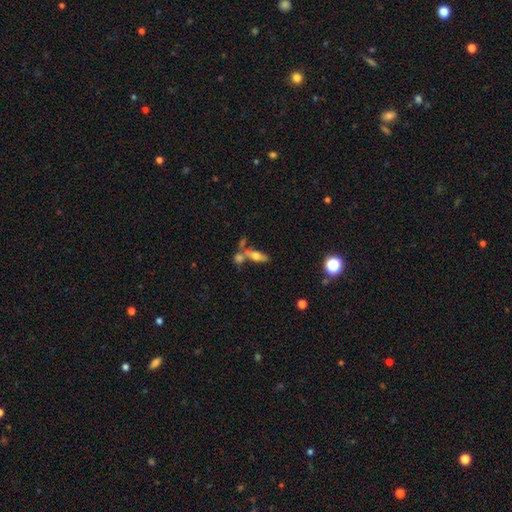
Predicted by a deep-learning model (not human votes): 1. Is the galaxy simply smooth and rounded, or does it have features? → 57% smooth, 32% featured or disk, 11% star or artifact.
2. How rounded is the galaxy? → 63% in between, 32% cigar-shaped, 5% round.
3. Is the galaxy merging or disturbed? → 44% none, 38% merger, 12% minor disturbance, 7% major disturbance.